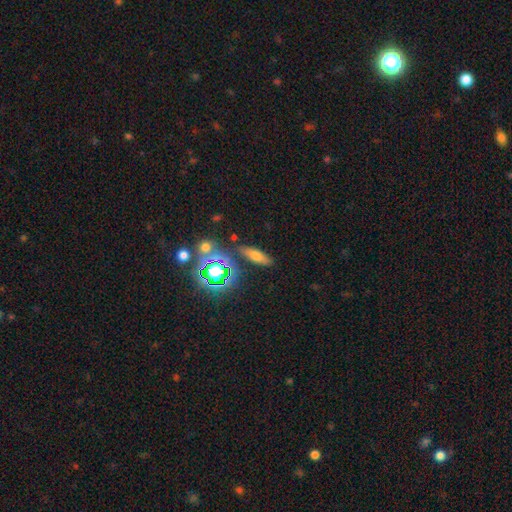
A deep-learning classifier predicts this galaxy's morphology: Q: Smooth or featured?
A: smooth (54%); runner-up: star or artifact (25%)
Q: How rounded?
A: cigar-shaped (51%); runner-up: in between (39%)
Q: Merging?
A: none (81%); runner-up: minor disturbance (10%)